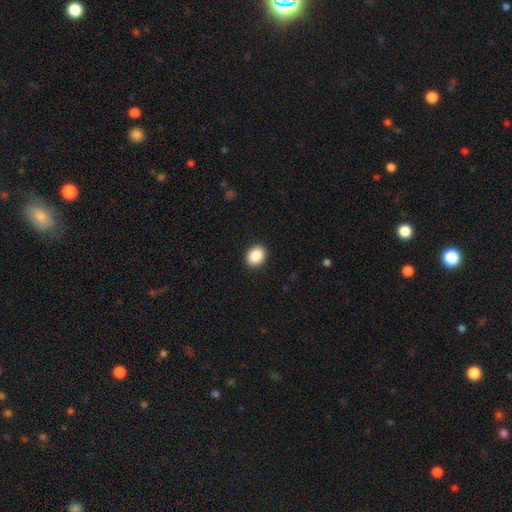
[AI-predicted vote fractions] smooth-or-featured: smooth: 89% | star or artifact: 8% | featured or disk: 3%
  how-rounded: in between: 51% | round: 48% | cigar-shaped: 1%
  merging: none: 91% | minor disturbance: 6% | major disturbance: 2% | merger: 1%